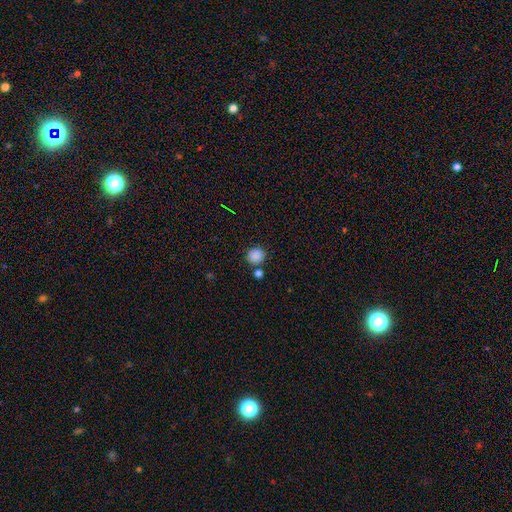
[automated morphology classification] Smooth or featured?
  - smooth: 86% *
  - star or artifact: 11%
  - featured or disk: 3%
How rounded?
  - round: 87% *
  - in between: 12%
  - cigar-shaped: 1%
Merging?
  - none: 80% *
  - merger: 9%
  - minor disturbance: 8%
  - major disturbance: 3%